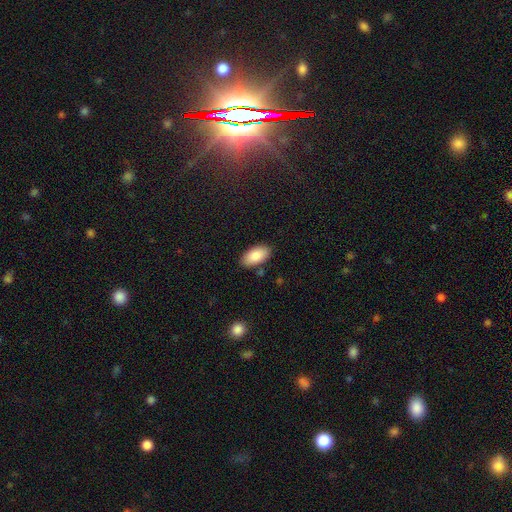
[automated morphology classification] This is clearly a smooth galaxy (85%). How rounded: clearly in between (95%). Merging: clearly none (85%).